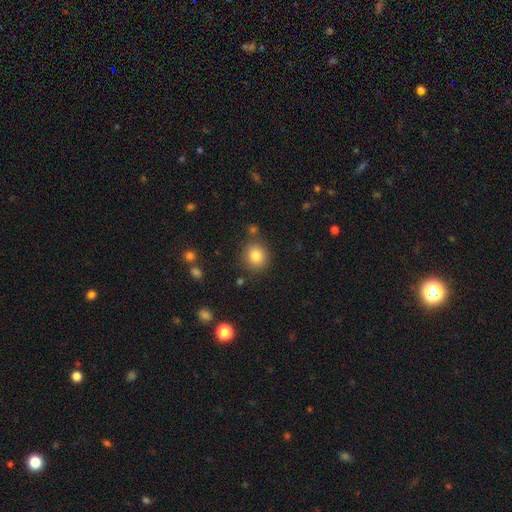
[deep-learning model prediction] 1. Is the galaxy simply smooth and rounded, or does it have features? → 82% smooth, 11% star or artifact, 7% featured or disk.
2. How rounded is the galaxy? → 86% round, 13% in between, 1% cigar-shaped.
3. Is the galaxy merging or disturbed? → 82% none, 9% minor disturbance, 5% merger, 3% major disturbance.